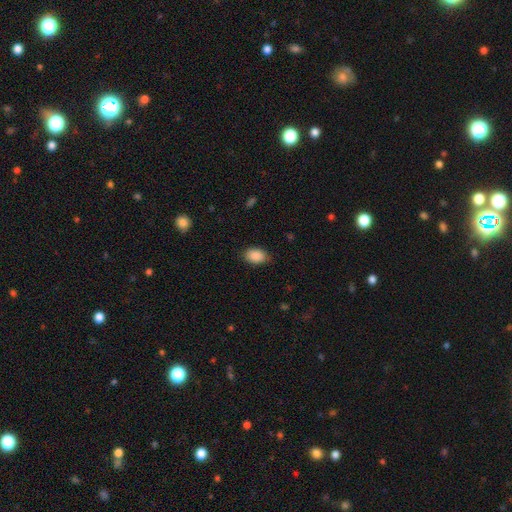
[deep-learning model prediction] This appears to be a smooth galaxy with no disk features (89%) that is in between round and cigar-shaped (85%). Merging: none (84%).